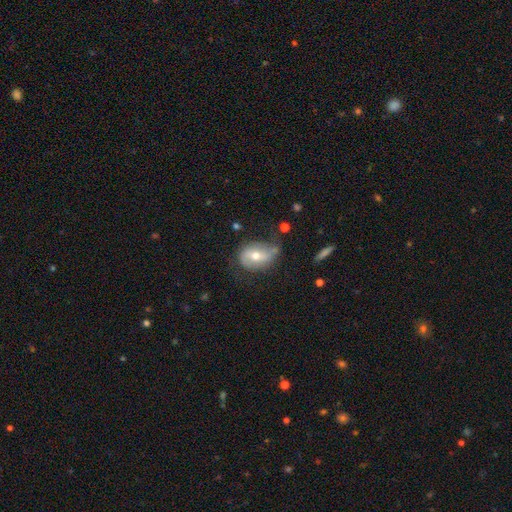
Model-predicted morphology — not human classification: Smooth or featured? Predicted: featured or disk (p=0.49). Merging? Predicted: none (p=0.50).